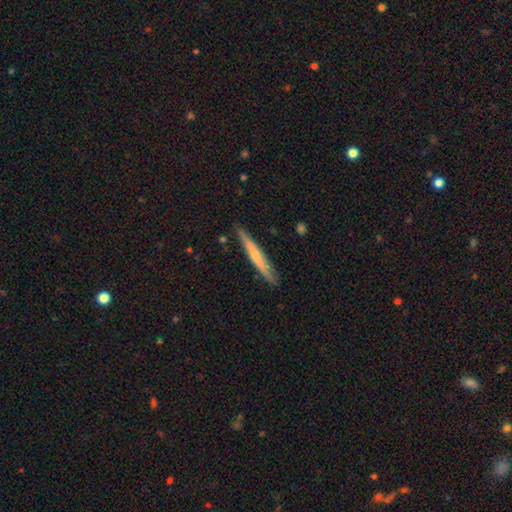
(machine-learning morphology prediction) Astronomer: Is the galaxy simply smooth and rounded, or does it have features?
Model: featured or disk — 50% (runner-up: smooth, 45%).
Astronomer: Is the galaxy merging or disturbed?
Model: none — 87%.